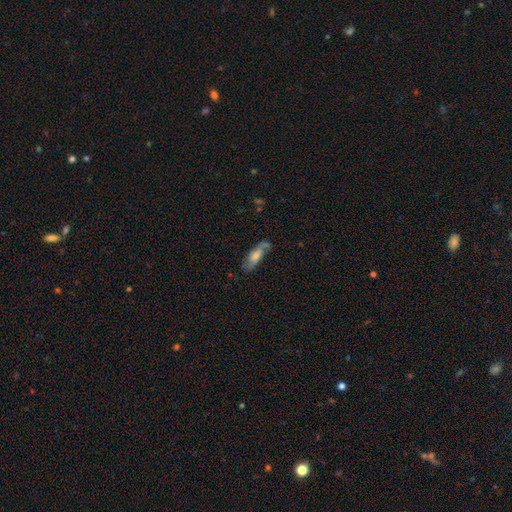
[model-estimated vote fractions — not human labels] smooth_or_featured: smooth (p=0.52) [alt: featured or disk p=0.41]
how_rounded: in between (p=0.62) [alt: cigar-shaped p=0.36]
merging: none (p=0.58) [alt: minor disturbance p=0.25]